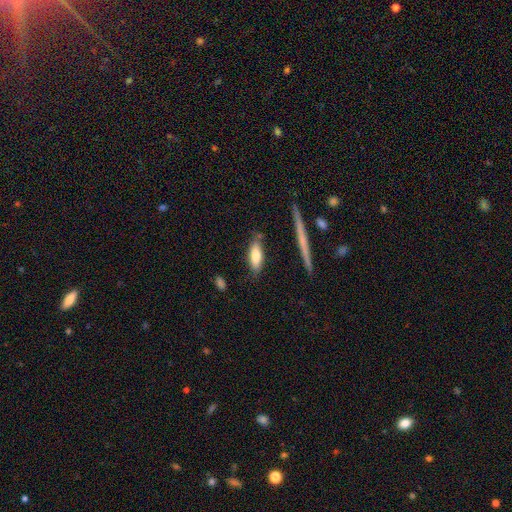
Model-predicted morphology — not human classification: smooth_or_featured: smooth (p=0.74) [alt: featured or disk p=0.20]
how_rounded: in between (p=0.62) [alt: cigar-shaped p=0.35]
merging: none (p=0.78) [alt: minor disturbance p=0.15]